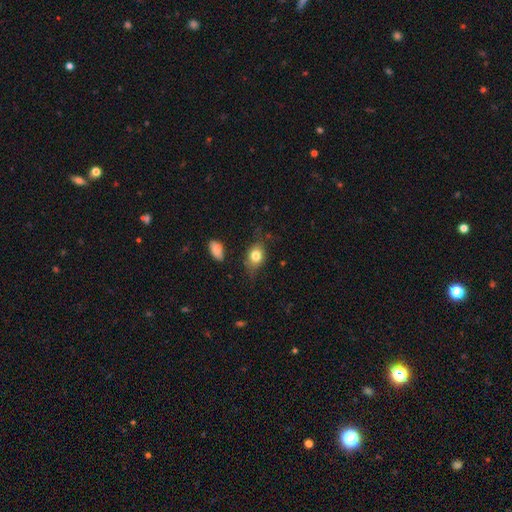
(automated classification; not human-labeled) Smooth or featured? smooth (79%)
How rounded? in between (62%)
Merging? none (67%)